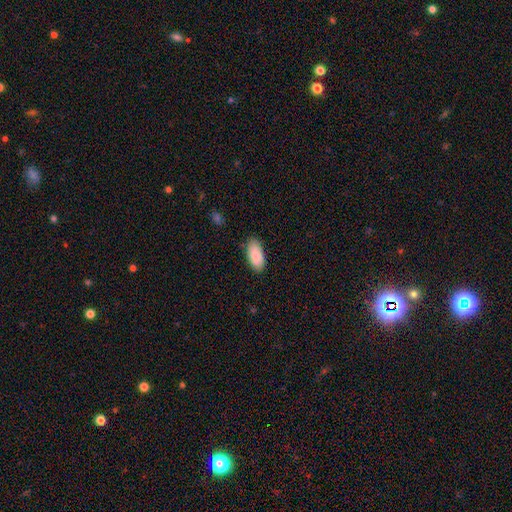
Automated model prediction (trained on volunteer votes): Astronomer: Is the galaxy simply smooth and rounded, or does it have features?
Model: smooth — 89%.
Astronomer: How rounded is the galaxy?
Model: in between — 93%.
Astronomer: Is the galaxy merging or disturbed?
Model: none — 84%.